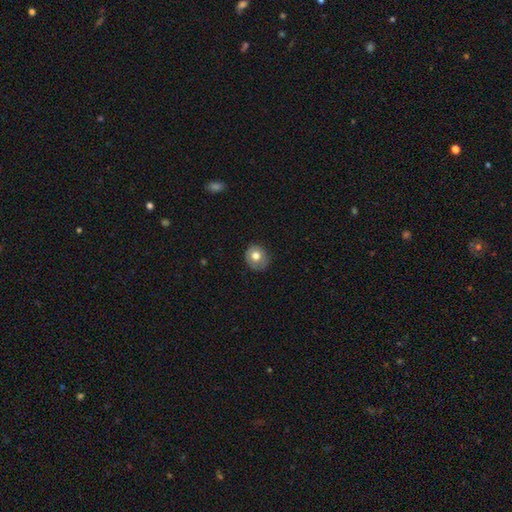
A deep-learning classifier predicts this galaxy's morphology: smooth-or-featured: smooth: 69% | featured or disk: 22% | star or artifact: 9%
  how-rounded: round: 79% | in between: 20% | cigar-shaped: 1%
  merging: none: 78% | minor disturbance: 17% | major disturbance: 4% | merger: 1%